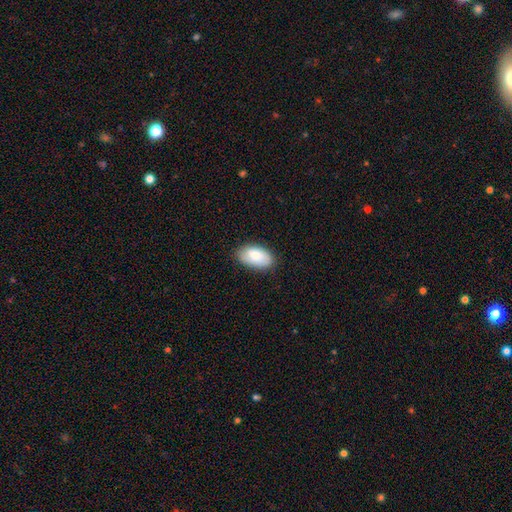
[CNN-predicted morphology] A smooth galaxy with no disk features (79%) that is in between round and cigar-shaped (94%).

Vote fractions:
- Smooth or featured? smooth: 79% / featured or disk: 14% / star or artifact: 6%
- How rounded? in between: 94% / round: 4% / cigar-shaped: 2%
- Merging? none: 83% / minor disturbance: 14% / major disturbance: 2% / merger: 1%